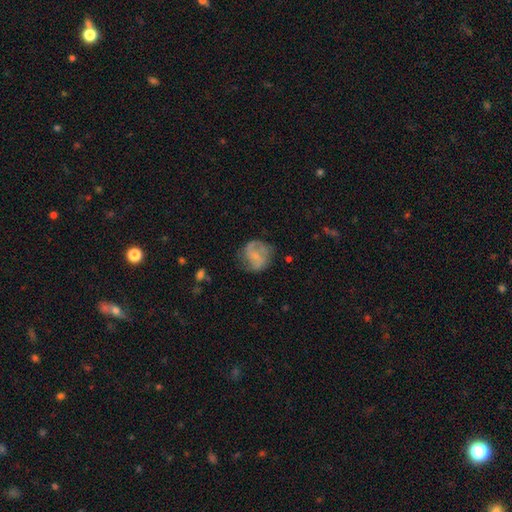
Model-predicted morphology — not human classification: This appears to be a featured or disk galaxy (61%) with no bar (46%), 2 (78%) medium (47%) spiral arms (86%) and a small central bulge (55%). Merging: none (64%).